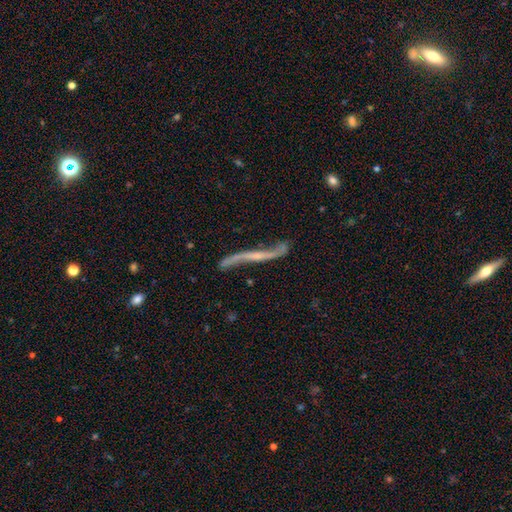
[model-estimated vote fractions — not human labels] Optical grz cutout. It shows a featured or disk galaxy (83%). Merging: none (66%).